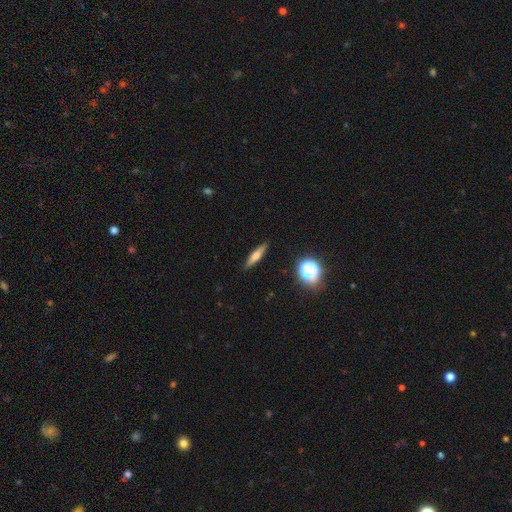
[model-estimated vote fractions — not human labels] Overall: smooth (54%; featured or disk 36%). How rounded: cigar-shaped (78%). Merging: none (89%).